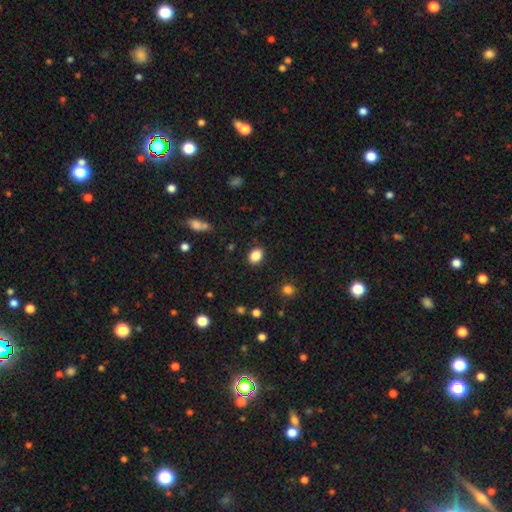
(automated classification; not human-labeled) This appears to be a smooth galaxy with no disk features (86%) that is in between round and cigar-shaped (63%). Merging: none (86%).